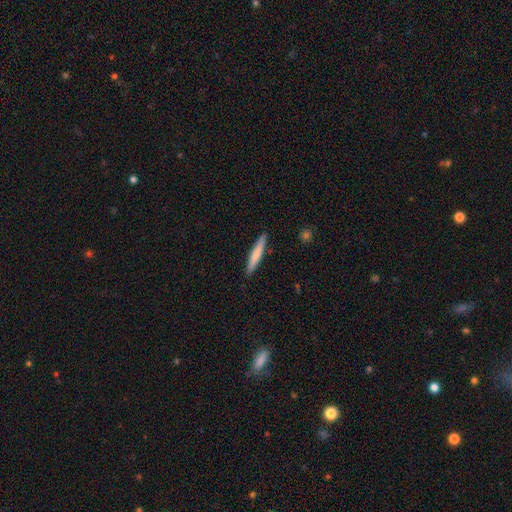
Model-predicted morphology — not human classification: Smooth or featured?
  - smooth: 73% *
  - featured or disk: 22%
  - star or artifact: 5%
How rounded?
  - cigar-shaped: 94% *
  - in between: 5%
  - round: 1%
Merging?
  - none: 90% *
  - minor disturbance: 8%
  - major disturbance: 1%
  - merger: 1%